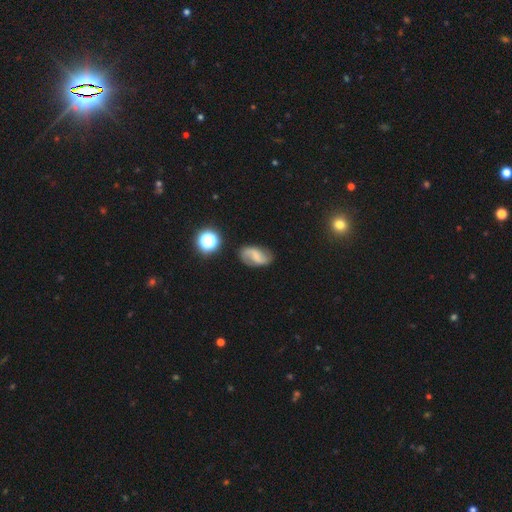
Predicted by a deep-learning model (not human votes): A featured or disk galaxy (62%) with a weak bar (48%), 2 (86%) loose (51%) spiral arms (91%) and no central bulge (45%).

Vote fractions:
- Smooth or featured? featured or disk: 62% / smooth: 28% / star or artifact: 10%
- Edge-on disk? no: 97% / yes: 3%
- Bar? weak: 48% / no: 31% / strong: 22%
- Spiral arms? yes: 91% / no: 9%
- Spiral winding? loose: 51% / medium: 36% / tight: 13%
- Spiral arm count? 2: 86% / can't tell: 6% / 1: 5% / 3: 1% / 4: 1% / more than 4: 1%
- Bulge size? none: 45% / small: 32% / moderate: 17% / large: 5% / dominant: 2%
- Merging? none: 74% / minor disturbance: 17% / major disturbance: 6% / merger: 3%